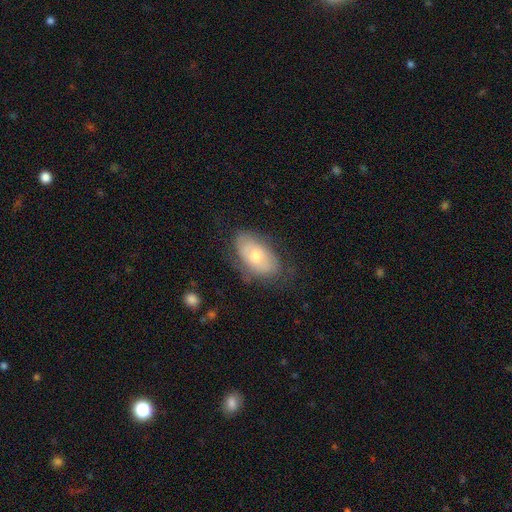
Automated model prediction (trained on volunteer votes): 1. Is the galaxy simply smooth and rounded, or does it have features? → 47% smooth, 46% featured or disk, 7% star or artifact.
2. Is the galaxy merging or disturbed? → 65% none, 24% minor disturbance, 10% major disturbance, 2% merger.